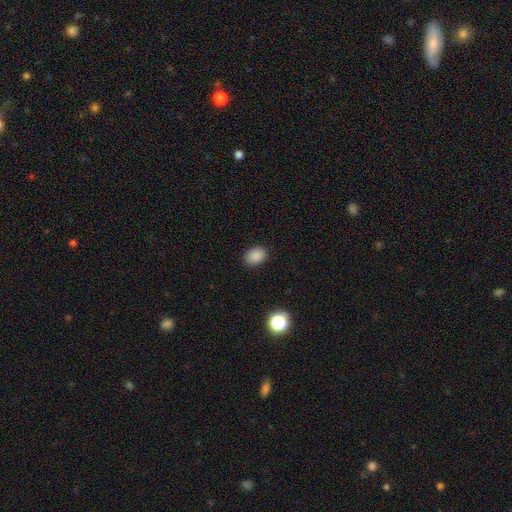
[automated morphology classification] This is clearly a smooth galaxy (85%). How rounded: likely in between (73%). Merging: clearly none (88%).